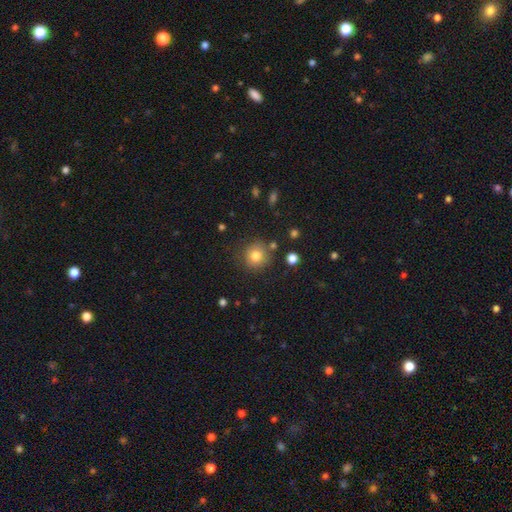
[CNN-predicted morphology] This is likely a smooth galaxy (80%). How rounded: clearly round (92%). Merging: clearly none (83%).